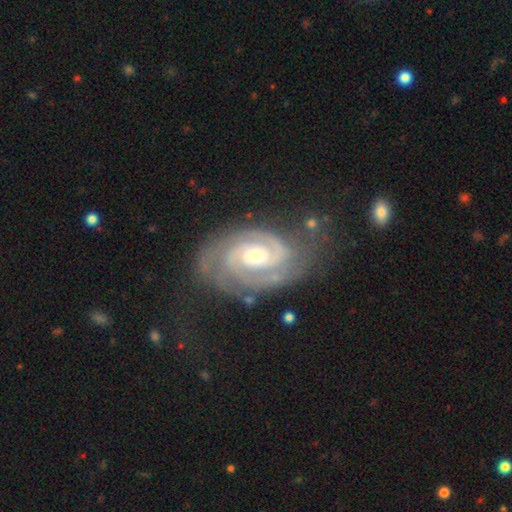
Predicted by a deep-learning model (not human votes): Smooth or featured?
  - featured or disk: 92% *
  - star or artifact: 5%
  - smooth: 4%
Edge-on disk?
  - no: 97% *
  - yes: 3%
Bar?
  - no: 47% *
  - weak: 38%
  - strong: 14%
Spiral arms?
  - yes: 98% *
  - no: 2%
Spiral winding?
  - tight: 72% *
  - medium: 24%
  - loose: 3%
Spiral arm count?
  - 2: 73% *
  - 3: 12%
  - can't tell: 7%
  - 4: 3%
  - 1: 2%
  - more than 4: 2%
Bulge size?
  - small: 51% *
  - moderate: 45%
  - large: 2%
  - none: 1%
  - dominant: 1%
Merging?
  - none: 69% *
  - minor disturbance: 20%
  - major disturbance: 9%
  - merger: 2%